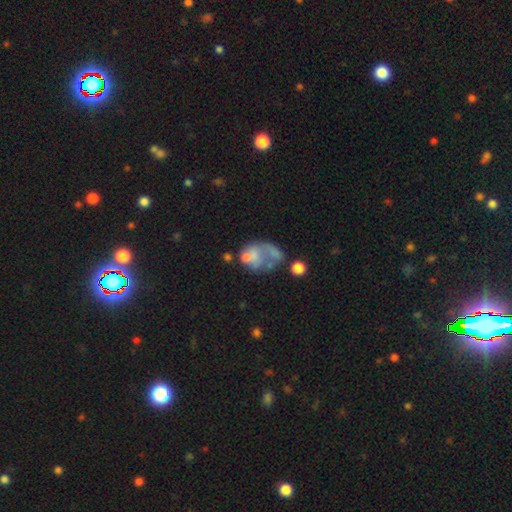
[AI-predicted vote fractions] This appears to be a smooth galaxy with no disk features (46%). Merging: major disturbance (35%).